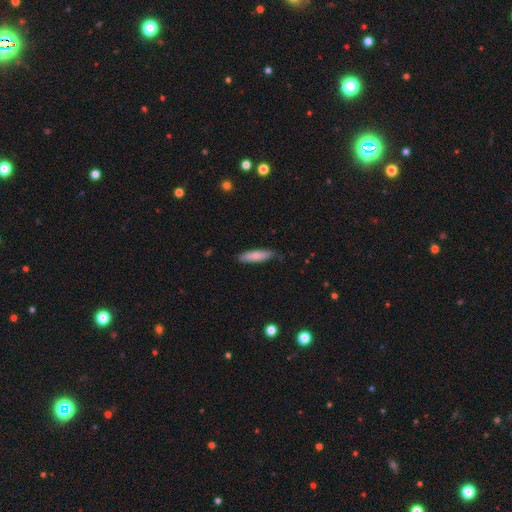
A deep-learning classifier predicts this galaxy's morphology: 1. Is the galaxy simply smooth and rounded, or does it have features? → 80% smooth, 14% featured or disk, 6% star or artifact.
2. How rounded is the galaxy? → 67% cigar-shaped, 31% in between, 2% round.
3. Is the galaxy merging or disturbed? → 75% none, 21% minor disturbance, 3% major disturbance, 1% merger.